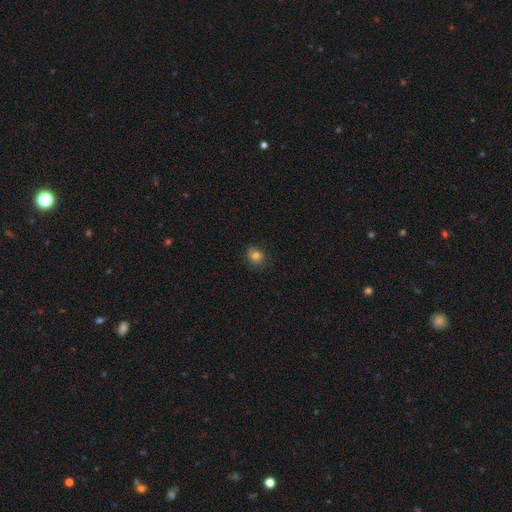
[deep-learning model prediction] Smooth or featured?
  - smooth: 80% *
  - star or artifact: 13%
  - featured or disk: 7%
How rounded?
  - round: 72% *
  - in between: 27%
  - cigar-shaped: 1%
Merging?
  - none: 81% *
  - minor disturbance: 15%
  - major disturbance: 3%
  - merger: 1%